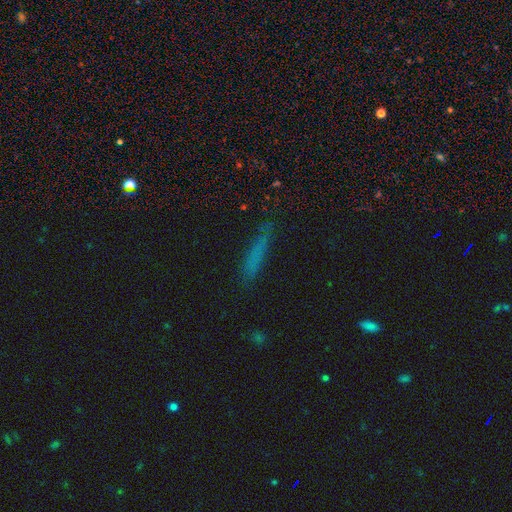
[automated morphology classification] smooth-or-featured: smooth: 66% | featured or disk: 19% | star or artifact: 15%
  how-rounded: cigar-shaped: 90% | in between: 8% | round: 2%
  merging: none: 80% | minor disturbance: 14% | major disturbance: 4% | merger: 2%